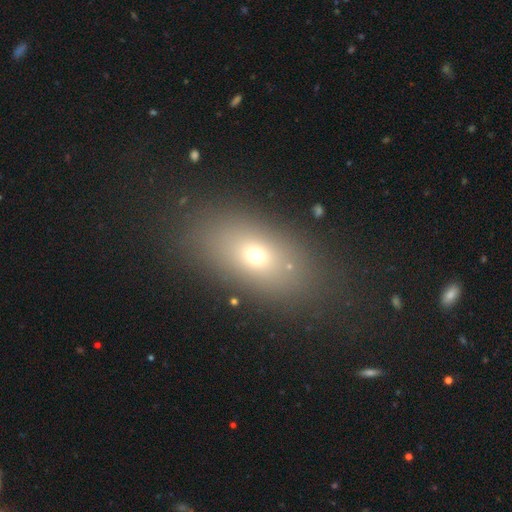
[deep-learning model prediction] A smooth galaxy with no disk features (65%) that is in between round and cigar-shaped (76%). Merging: none (82%).